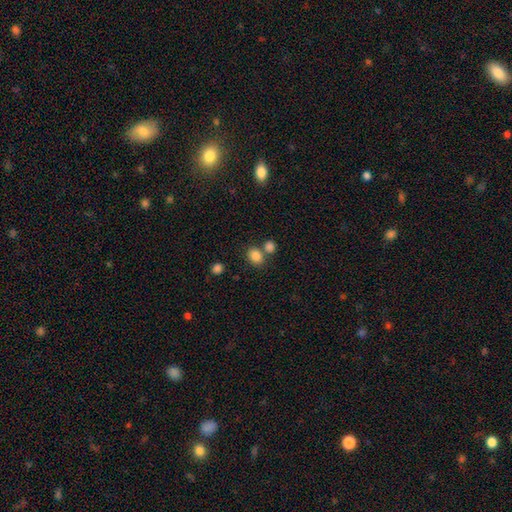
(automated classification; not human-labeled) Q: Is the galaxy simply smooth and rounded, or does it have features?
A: smooth — 84%.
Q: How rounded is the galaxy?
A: round — 52%.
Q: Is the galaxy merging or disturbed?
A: none — 58%.